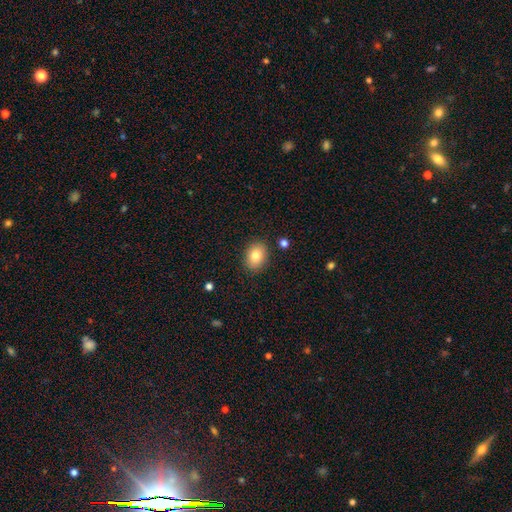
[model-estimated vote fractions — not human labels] Smooth or featured?
  - smooth: 82% *
  - featured or disk: 9%
  - star or artifact: 8%
How rounded?
  - in between: 64% *
  - round: 36%
  - cigar-shaped: 1%
Merging?
  - none: 87% *
  - minor disturbance: 9%
  - major disturbance: 2%
  - merger: 2%